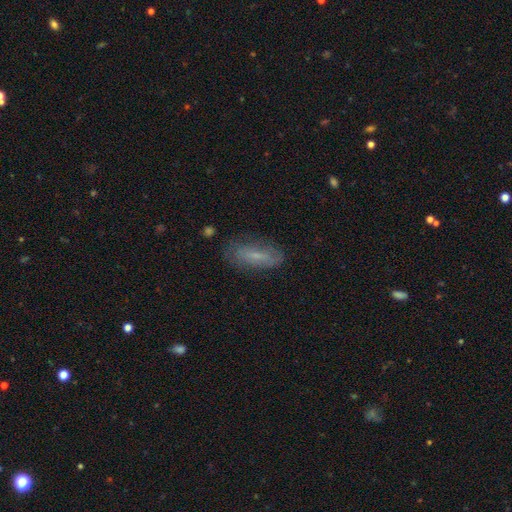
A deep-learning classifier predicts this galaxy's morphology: This appears to be a smooth galaxy with no disk features (56%) that is in between round and cigar-shaped (65%). Merging: none (75%).